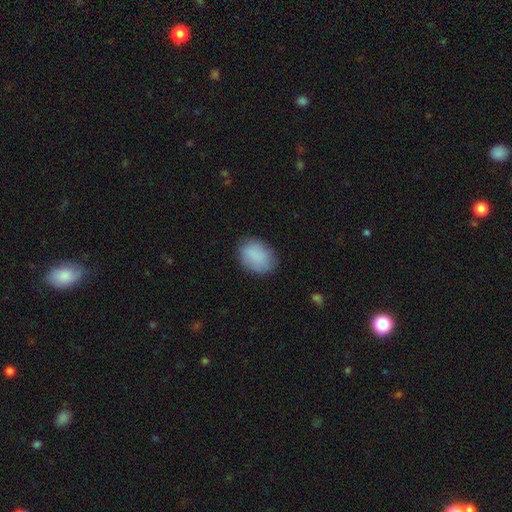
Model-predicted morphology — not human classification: smooth_or_featured: smooth (p=0.86) [alt: star or artifact p=0.07]
how_rounded: in between (p=0.67) [alt: round p=0.32]
merging: none (p=0.79) [alt: minor disturbance p=0.16]